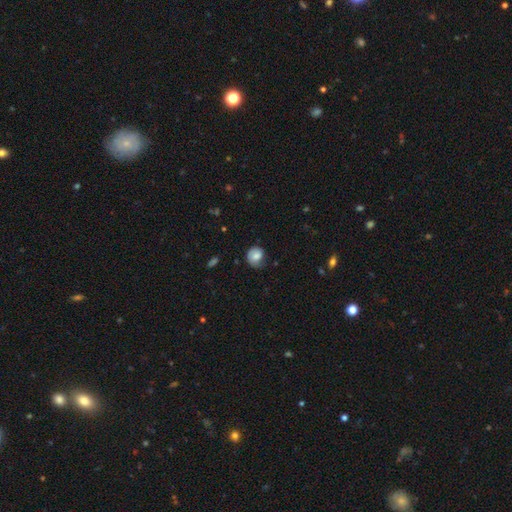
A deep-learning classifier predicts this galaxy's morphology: Overall: smooth (66%; featured or disk 27%). How rounded: round (73%). Merging: none (57%; minor disturbance 30%).